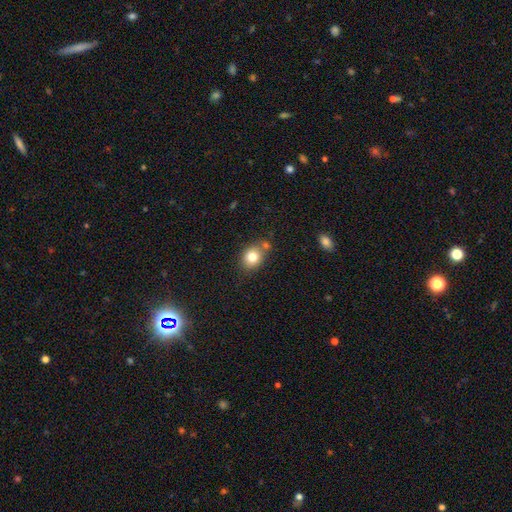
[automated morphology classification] type=smooth (78%); roundness=round (55%); merging=none (69%).